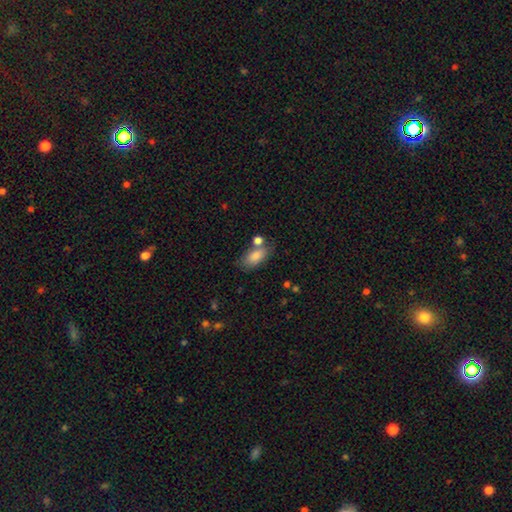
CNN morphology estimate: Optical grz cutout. It shows a smooth galaxy with no disk features (84%) that is in between round and cigar-shaped (89%). Merging: none (57%).